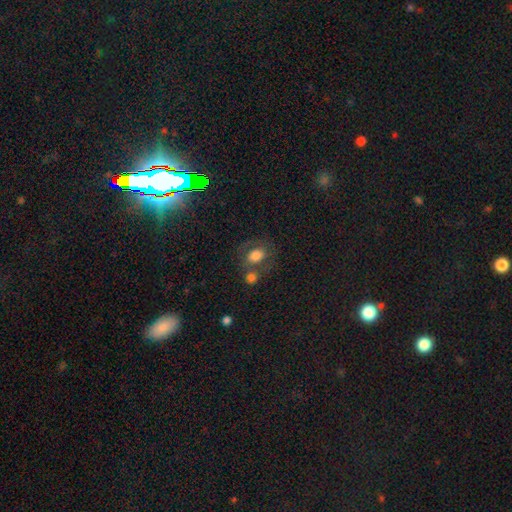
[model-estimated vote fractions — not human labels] This appears to be a smooth galaxy with no disk features (70%) that is in between round and cigar-shaped (60%). Merging: none (49%).